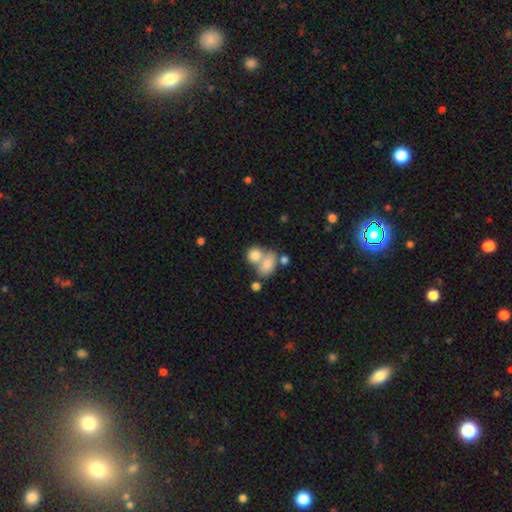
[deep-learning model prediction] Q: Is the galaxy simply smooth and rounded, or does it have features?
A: smooth — 79%.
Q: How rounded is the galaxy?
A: in between — 50%.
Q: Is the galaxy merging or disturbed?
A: merger — 55%.